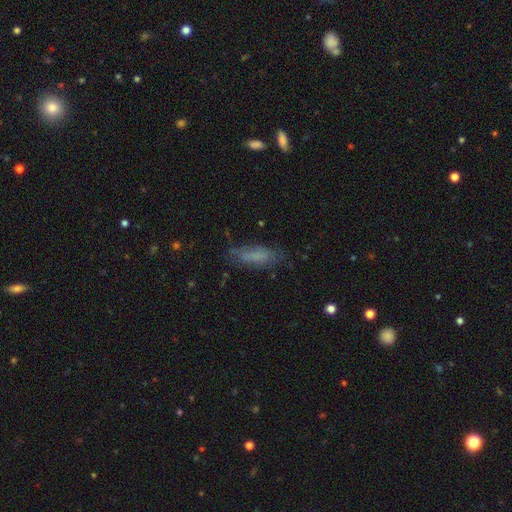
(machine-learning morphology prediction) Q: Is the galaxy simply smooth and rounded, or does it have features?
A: smooth — 68%.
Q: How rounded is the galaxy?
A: cigar-shaped — 50%.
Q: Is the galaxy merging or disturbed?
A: none — 65%.